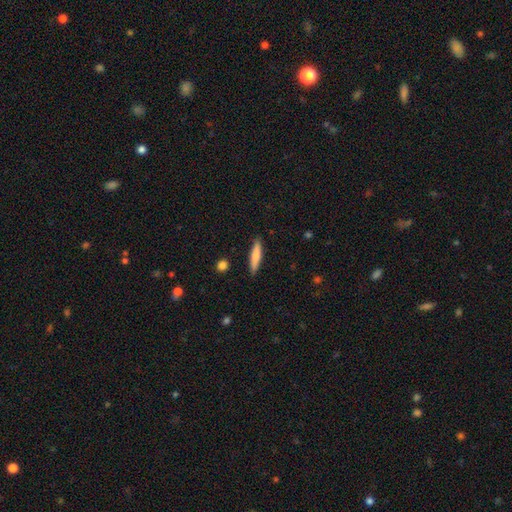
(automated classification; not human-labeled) Morphology: type=smooth (71%); roundness=cigar-shaped (85%); merging=none (89%).